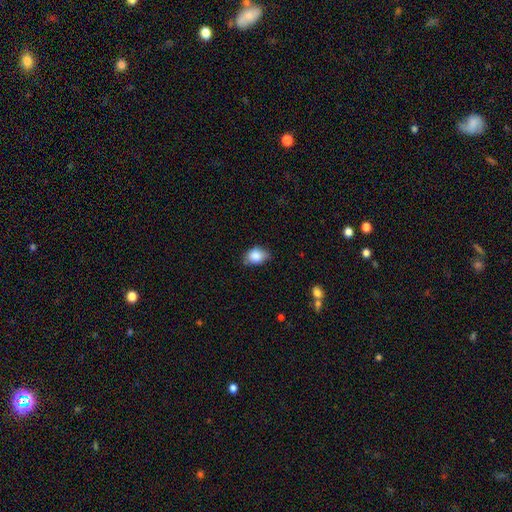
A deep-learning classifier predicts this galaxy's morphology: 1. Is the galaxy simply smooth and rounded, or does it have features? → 85% smooth, 8% star or artifact, 7% featured or disk.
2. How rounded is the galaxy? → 70% in between, 29% round, 1% cigar-shaped.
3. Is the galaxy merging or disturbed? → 63% none, 30% minor disturbance, 5% major disturbance, 2% merger.